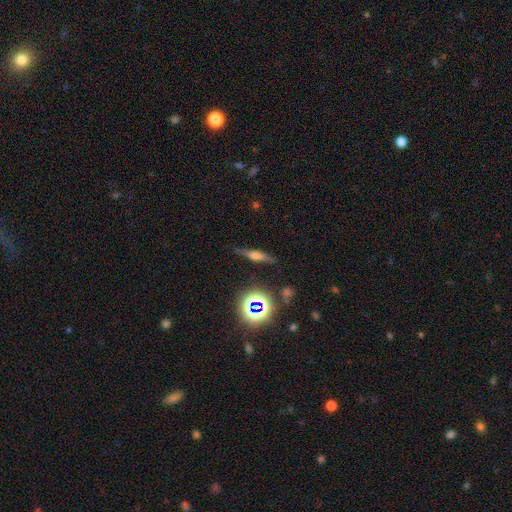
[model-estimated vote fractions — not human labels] This appears to be a featured or disk galaxy (48%). Merging: none (81%).